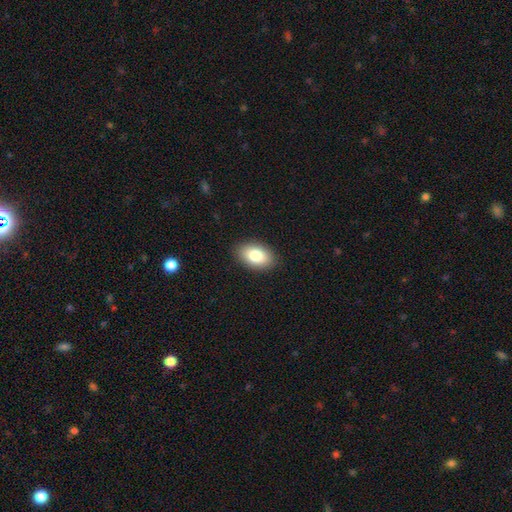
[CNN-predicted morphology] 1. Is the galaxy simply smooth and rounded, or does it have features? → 81% smooth, 11% featured or disk, 8% star or artifact.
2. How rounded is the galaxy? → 90% in between, 9% round, 1% cigar-shaped.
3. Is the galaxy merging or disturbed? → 89% none, 8% minor disturbance, 2% major disturbance, 1% merger.